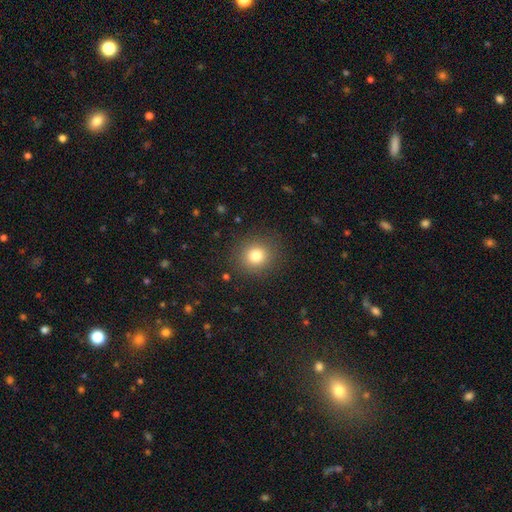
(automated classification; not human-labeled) Smooth or featured?
  - smooth: 79% *
  - star or artifact: 13%
  - featured or disk: 8%
How rounded?
  - round: 88% *
  - in between: 11%
  - cigar-shaped: 1%
Merging?
  - none: 88% *
  - minor disturbance: 7%
  - major disturbance: 3%
  - merger: 1%